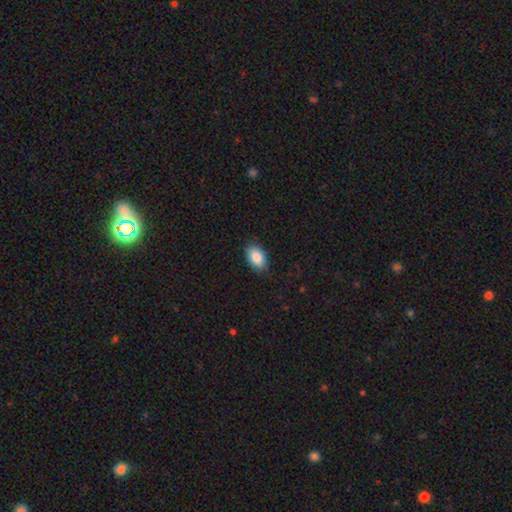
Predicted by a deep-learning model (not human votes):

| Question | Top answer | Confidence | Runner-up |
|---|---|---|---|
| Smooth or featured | smooth | 87% | star or artifact (7%) |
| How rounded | in between | 92% | round (7%) |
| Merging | none | 85% | minor disturbance (11%) |